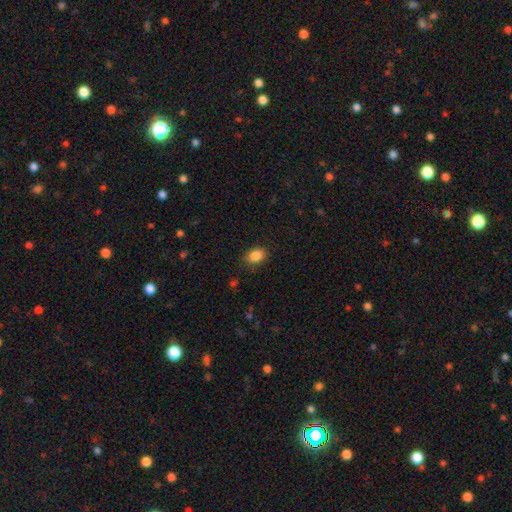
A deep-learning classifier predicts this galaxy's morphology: A smooth galaxy with no disk features (87%) that is in between round and cigar-shaped (76%). Merging: none (83%).